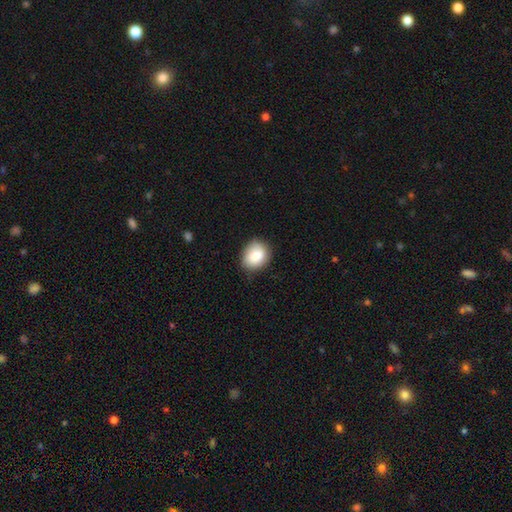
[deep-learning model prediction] Smooth or featured? smooth (87%)
How rounded? round (51%)
Merging? none (79%)